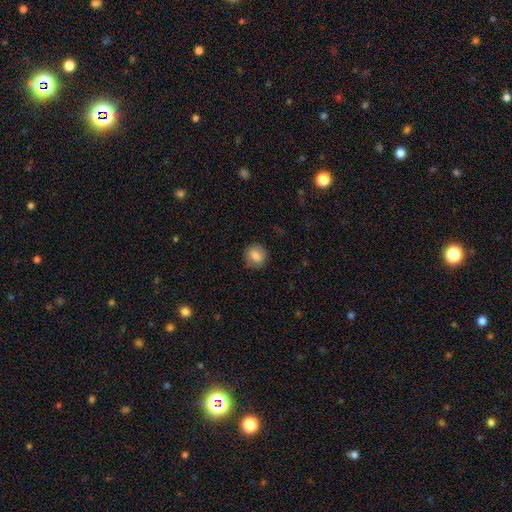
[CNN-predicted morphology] Smooth or featured? Predicted: smooth (p=0.81). How rounded? Predicted: round (p=0.79). Merging? Predicted: none (p=0.82).